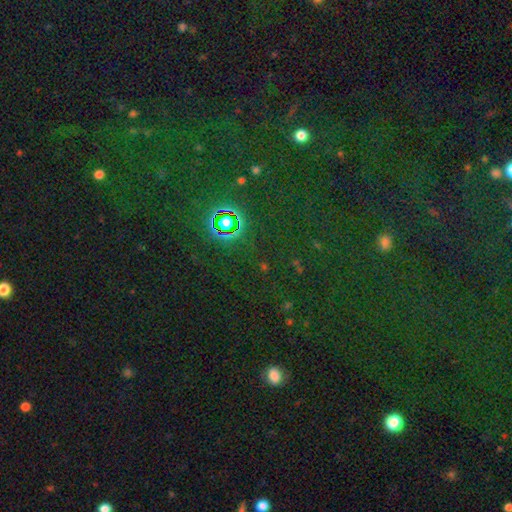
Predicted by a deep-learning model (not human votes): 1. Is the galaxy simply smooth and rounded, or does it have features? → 75% star or artifact, 18% smooth, 7% featured or disk.